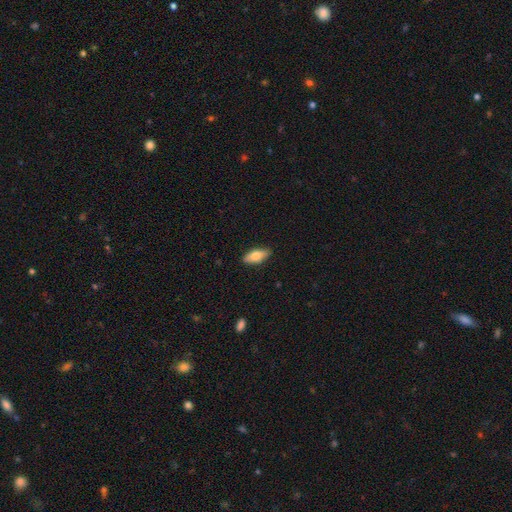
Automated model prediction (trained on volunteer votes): smooth_or_featured: smooth (p=0.72) [alt: featured or disk p=0.22]
how_rounded: in between (p=0.82) [alt: cigar-shaped p=0.15]
merging: none (p=0.87) [alt: minor disturbance p=0.10]